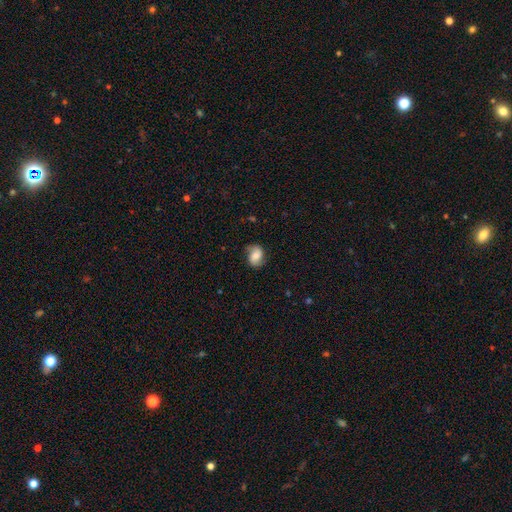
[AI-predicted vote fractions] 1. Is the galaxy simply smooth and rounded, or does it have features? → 51% smooth, 39% featured or disk, 9% star or artifact.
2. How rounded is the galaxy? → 64% in between, 35% round, 1% cigar-shaped.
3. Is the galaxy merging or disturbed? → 73% none, 20% minor disturbance, 6% major disturbance, 1% merger.